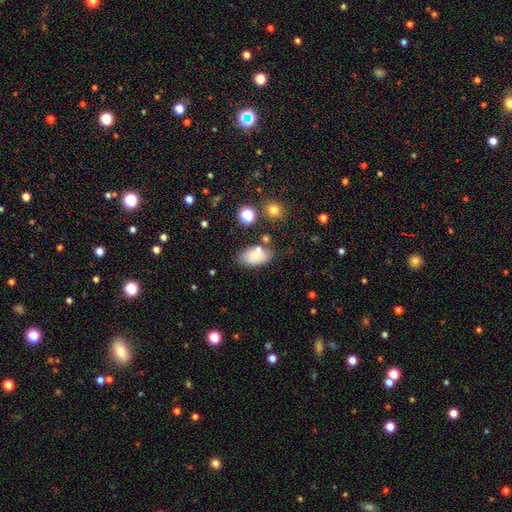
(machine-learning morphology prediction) Smooth or featured? Predicted: smooth (p=0.69). How rounded? Predicted: in between (p=0.90). Merging? Predicted: none (p=0.67).